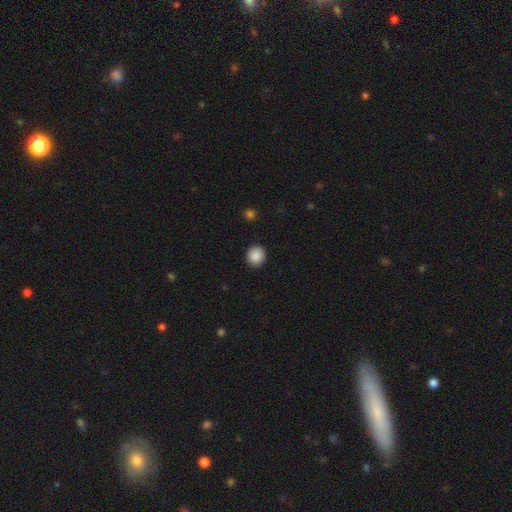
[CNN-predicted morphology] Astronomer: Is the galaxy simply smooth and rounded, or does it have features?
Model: smooth — 89%.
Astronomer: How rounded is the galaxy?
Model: round — 88%.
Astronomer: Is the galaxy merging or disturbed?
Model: none — 92%.